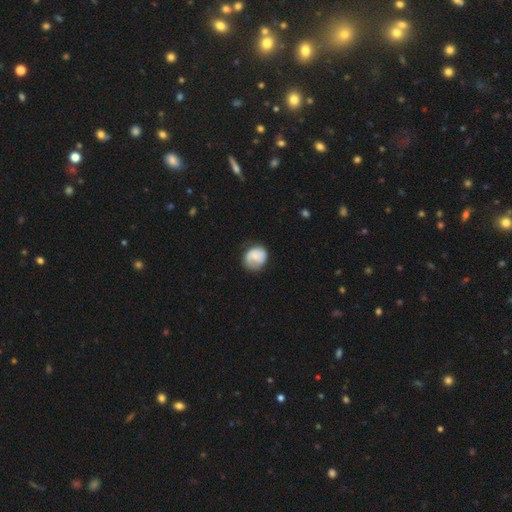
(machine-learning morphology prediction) The model was most divided on "merging": none: 59%, minor disturbance: 28%, major disturbance: 11%, merger: 2%. More confident: how rounded — round (68%); smooth or featured — smooth (64%).